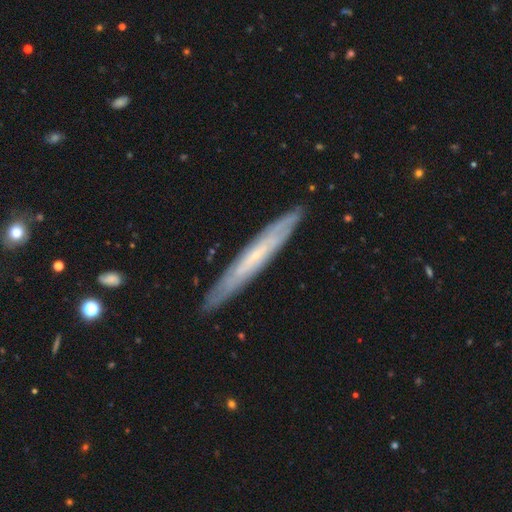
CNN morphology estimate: Smooth or featured? featured or disk (63%)
Edge-on disk? yes (78%)
Merging? none (88%)